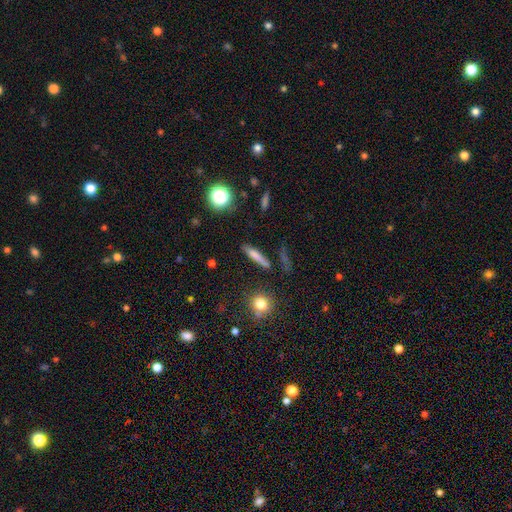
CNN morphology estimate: Smooth or featured: smooth — 70% (featured or disk — 19%)
How rounded: cigar-shaped — 84% (in between — 11%)
Merging: none — 77% (minor disturbance — 13%)